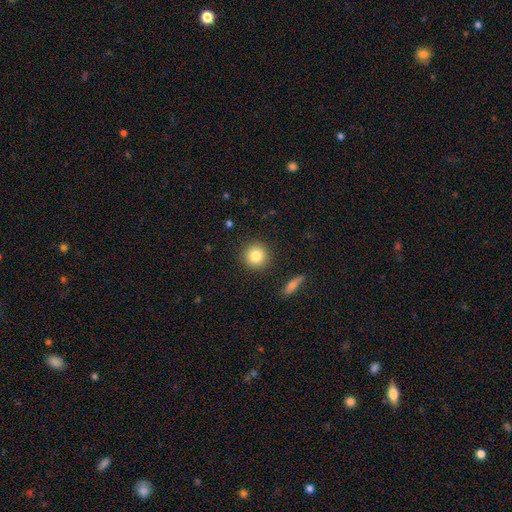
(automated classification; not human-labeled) Smooth or featured?
  - smooth: 83% *
  - star or artifact: 9%
  - featured or disk: 8%
How rounded?
  - round: 94% *
  - in between: 5%
  - cigar-shaped: 1%
Merging?
  - none: 91% *
  - minor disturbance: 6%
  - major disturbance: 2%
  - merger: 2%